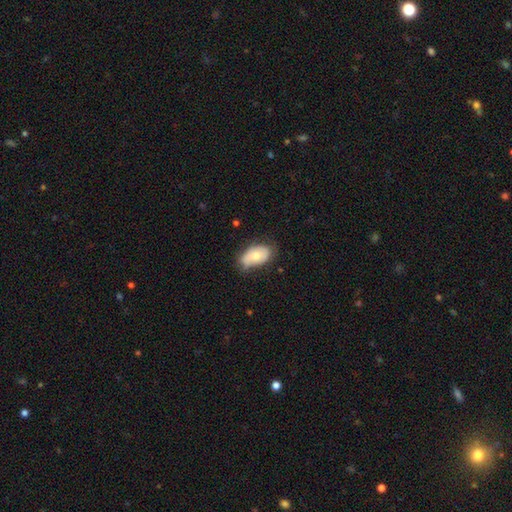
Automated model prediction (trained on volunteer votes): Smooth or featured?
  - smooth: 63% *
  - featured or disk: 31%
  - star or artifact: 7%
How rounded?
  - in between: 91% *
  - round: 7%
  - cigar-shaped: 2%
Merging?
  - none: 55% *
  - minor disturbance: 34%
  - major disturbance: 8%
  - merger: 2%